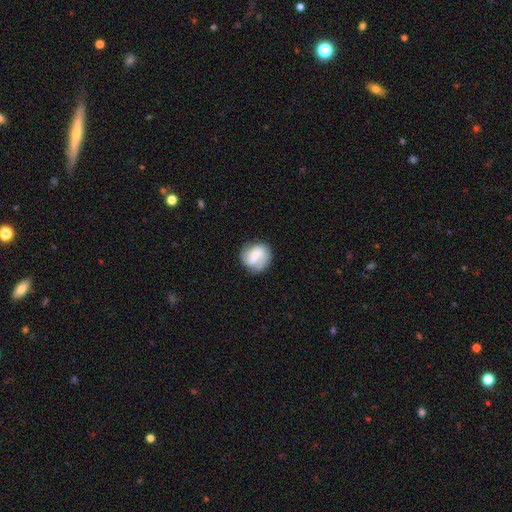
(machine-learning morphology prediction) A featured or disk galaxy (48%). Merging: none (65%).